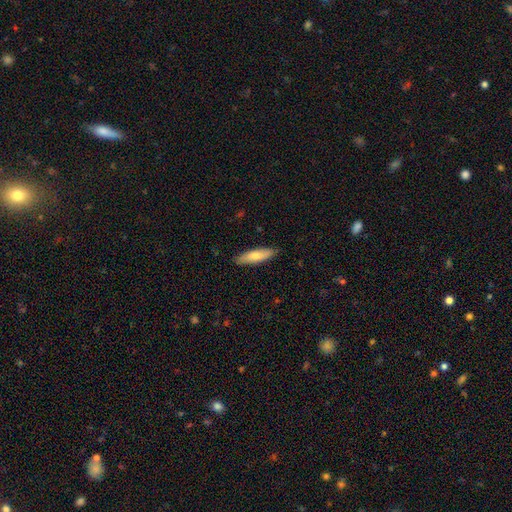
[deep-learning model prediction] smooth_or_featured: smooth (p=0.73) [alt: featured or disk p=0.21]
how_rounded: cigar-shaped (p=0.60) [alt: in between p=0.38]
merging: none (p=0.87) [alt: minor disturbance p=0.10]